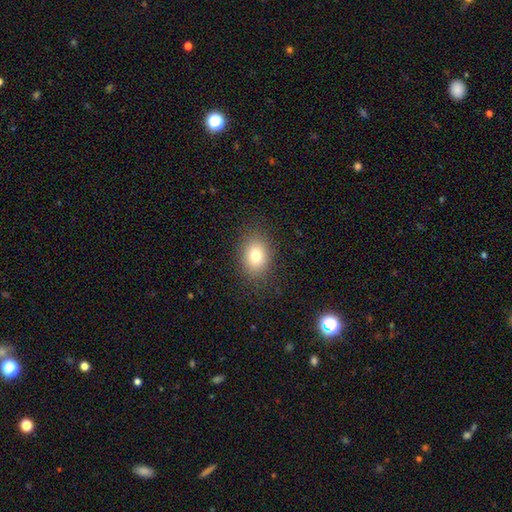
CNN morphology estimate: A smooth galaxy with no disk features (78%) that is in between round and cigar-shaped (63%). Merging: none (86%).